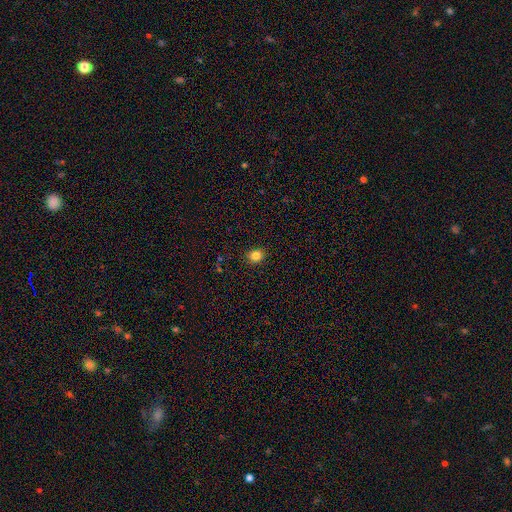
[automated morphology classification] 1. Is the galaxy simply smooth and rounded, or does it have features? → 84% smooth, 12% star or artifact, 4% featured or disk.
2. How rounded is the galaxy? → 73% round, 26% in between, 1% cigar-shaped.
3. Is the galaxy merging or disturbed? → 90% none, 7% minor disturbance, 2% major disturbance, 1% merger.